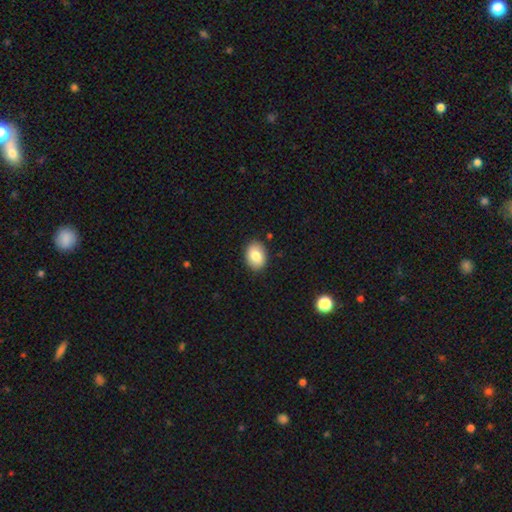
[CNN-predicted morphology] The model was most divided on "how rounded": in between: 73%, round: 27%, cigar-shaped: 1%. More confident: merging — none (87%); smooth or featured — smooth (81%).